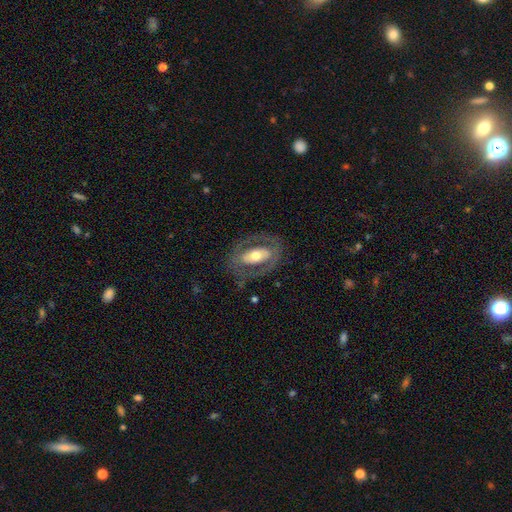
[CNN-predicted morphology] Overall: featured or disk (62%; smooth 32%). Edge-on disk: no (91%). Bar: no (54%; strong 24%). Spiral arms: no (68%; yes 32%). Bulge size: moderate (64%). Merging: none (73%).